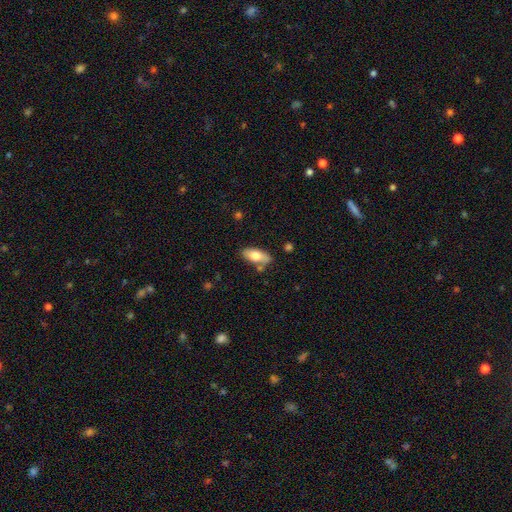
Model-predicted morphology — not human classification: Q: Smooth or featured?
A: smooth (74%); runner-up: featured or disk (20%)
Q: How rounded?
A: in between (83%); runner-up: cigar-shaped (14%)
Q: Merging?
A: none (74%); runner-up: minor disturbance (15%)